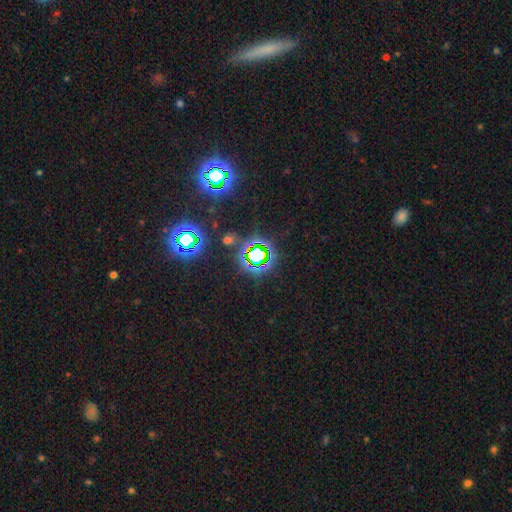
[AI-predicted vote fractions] Overall: star or artifact (74%).